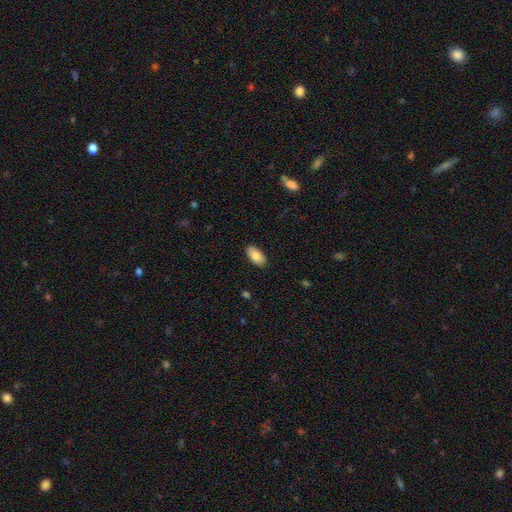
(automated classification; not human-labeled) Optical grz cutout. It shows a smooth galaxy with no disk features (82%) that is in between round and cigar-shaped (94%). Merging: none (89%).